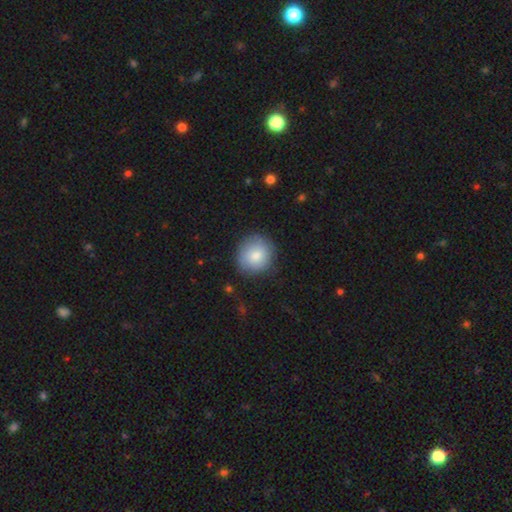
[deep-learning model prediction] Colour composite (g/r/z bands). It shows a smooth galaxy with no disk features (81%) that is round (89%). Merging: none (82%).